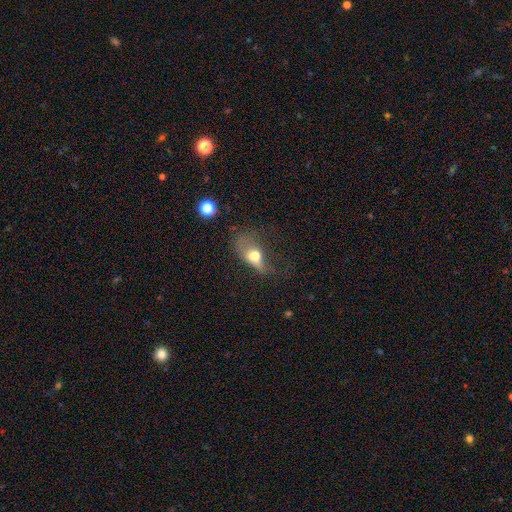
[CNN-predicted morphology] A smooth galaxy with no disk features (59%) that is in between round and cigar-shaped (75%).

Vote fractions:
- Smooth or featured? smooth: 59% / featured or disk: 30% / star or artifact: 11%
- How rounded? in between: 75% / round: 16% / cigar-shaped: 9%
- Merging? major disturbance: 52% / minor disturbance: 22% / none: 20% / merger: 5%